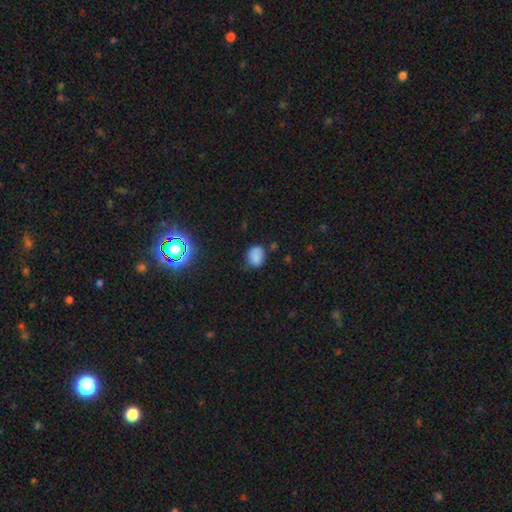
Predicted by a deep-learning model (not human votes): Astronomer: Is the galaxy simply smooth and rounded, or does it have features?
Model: smooth — 78%.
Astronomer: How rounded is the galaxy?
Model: in between — 50% (runner-up: round, 49%).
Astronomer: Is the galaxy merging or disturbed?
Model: none — 67%.